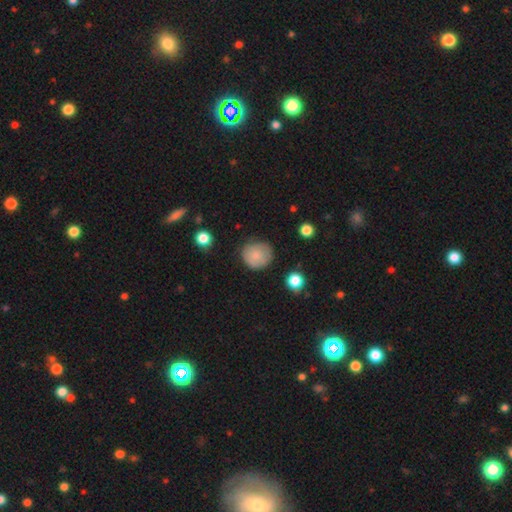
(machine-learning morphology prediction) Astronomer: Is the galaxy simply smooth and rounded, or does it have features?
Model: smooth — 82%.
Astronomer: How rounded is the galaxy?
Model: round — 89%.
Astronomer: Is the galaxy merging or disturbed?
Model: none — 76%.